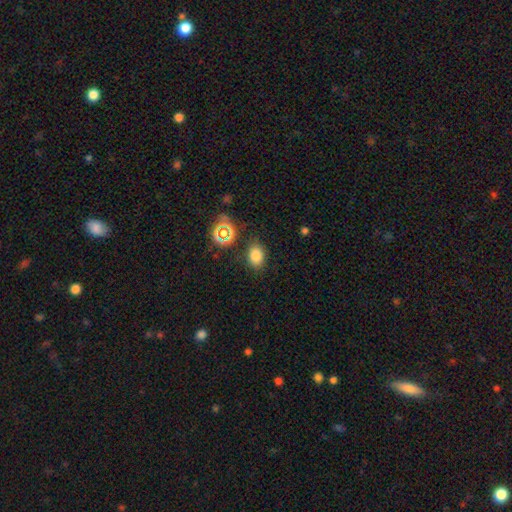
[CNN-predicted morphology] Smooth or featured? Predicted: smooth (p=0.78). How rounded? Predicted: in between (p=0.72). Merging? Predicted: none (p=0.82).